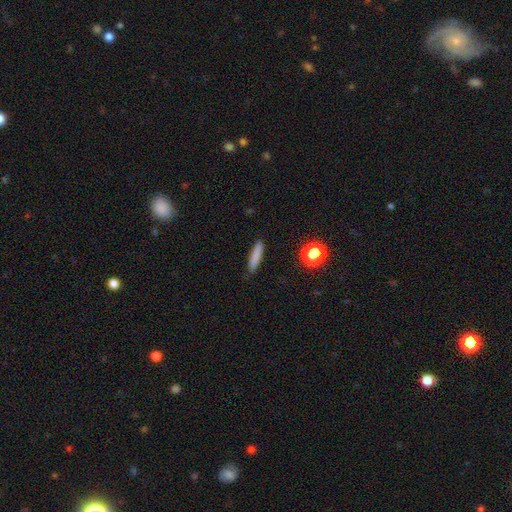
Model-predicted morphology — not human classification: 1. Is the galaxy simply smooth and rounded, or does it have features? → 81% smooth, 10% featured or disk, 9% star or artifact.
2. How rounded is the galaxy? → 86% cigar-shaped, 12% in between, 2% round.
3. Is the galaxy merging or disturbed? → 87% none, 10% minor disturbance, 2% major disturbance, 1% merger.